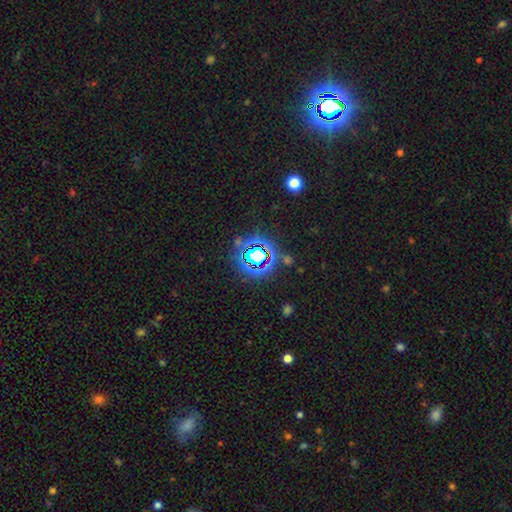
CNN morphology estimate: Smooth or featured? Predicted: star or artifact (p=0.72).